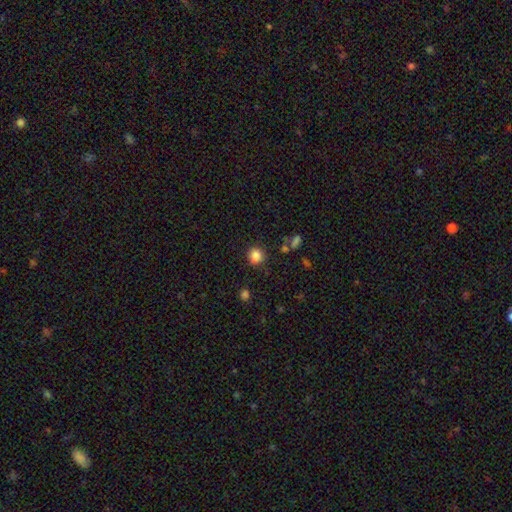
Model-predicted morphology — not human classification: Smooth or featured? smooth (84%)
How rounded? round (87%)
Merging? none (82%)